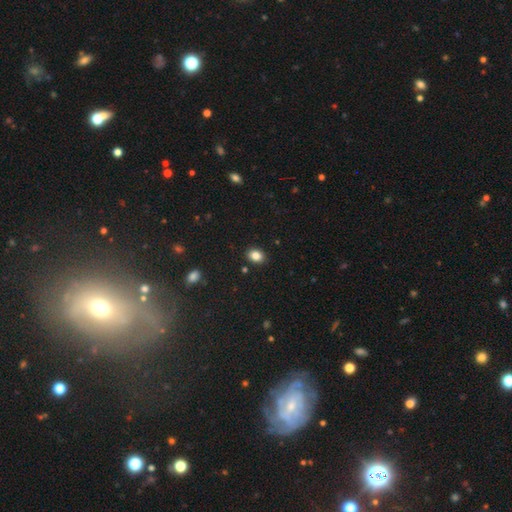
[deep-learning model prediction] This appears to be a smooth galaxy with no disk features (85%) that is in between round and cigar-shaped (68%). Merging: none (89%).